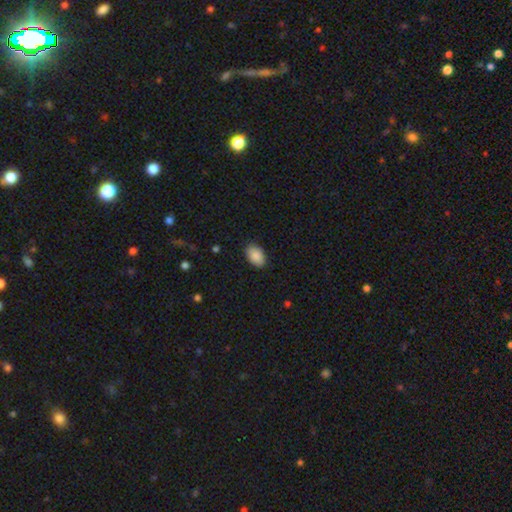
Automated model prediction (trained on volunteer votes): Smooth or featured? Predicted: smooth (p=0.90). How rounded? Predicted: in between (p=0.90). Merging? Predicted: none (p=0.88).